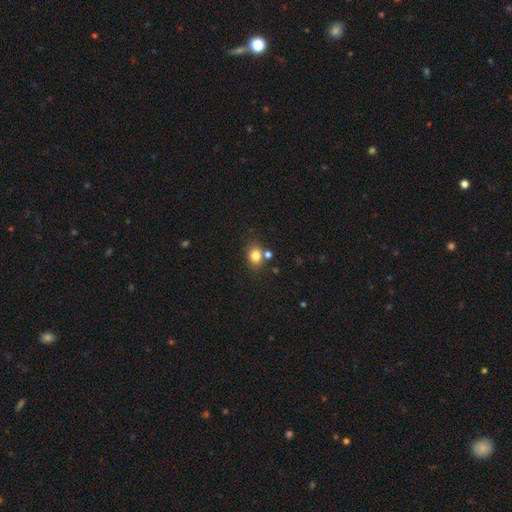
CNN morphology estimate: A smooth galaxy with no disk features (81%) that is round (51%).

Vote fractions:
- Smooth or featured? smooth: 81% / star or artifact: 12% / featured or disk: 8%
- How rounded? round: 51% / in between: 48% / cigar-shaped: 1%
- Merging? none: 70% / merger: 16% / minor disturbance: 12% / major disturbance: 3%